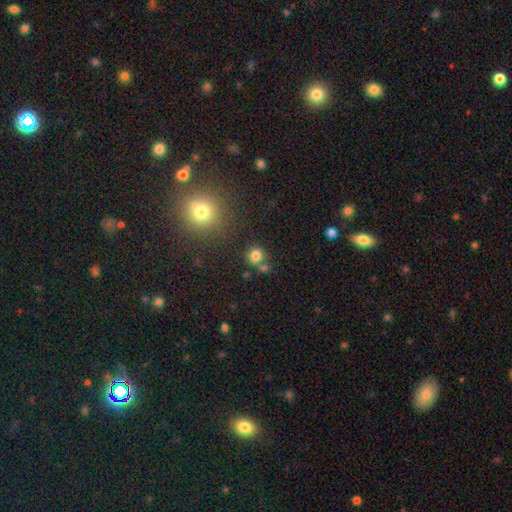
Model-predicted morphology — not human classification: Q: Smooth or featured?
A: smooth (80%); runner-up: star or artifact (14%)
Q: How rounded?
A: round (88%); runner-up: in between (11%)
Q: Merging?
A: none (70%); runner-up: merger (17%)